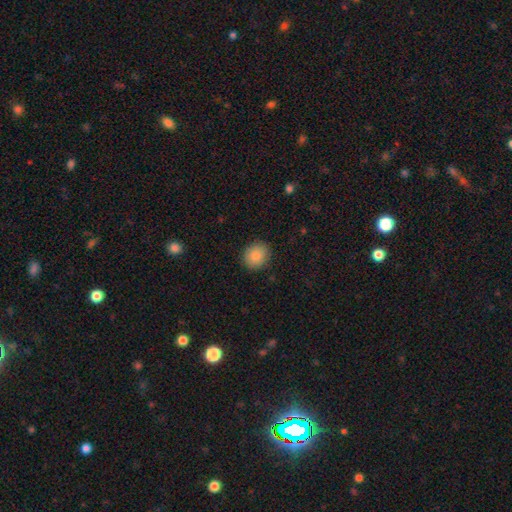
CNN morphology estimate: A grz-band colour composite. It shows a smooth galaxy with no disk features (86%) that is round (73%). Merging: none (89%).